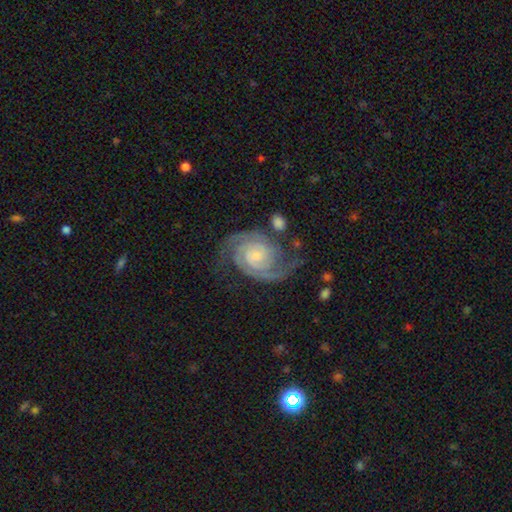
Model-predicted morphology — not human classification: Q: Smooth or featured?
A: featured or disk (91%); runner-up: star or artifact (4%)
Q: Edge-on disk?
A: no (98%); runner-up: yes (2%)
Q: Bar?
A: no (64%); runner-up: weak (29%)
Q: Spiral arms?
A: yes (98%); runner-up: no (2%)
Q: Spiral winding?
A: tight (59%); runner-up: medium (35%)
Q: Spiral arm count?
A: 2 (83%); runner-up: 3 (7%)
Q: Bulge size?
A: small (59%); runner-up: moderate (27%)
Q: Merging?
A: none (71%); runner-up: minor disturbance (16%)